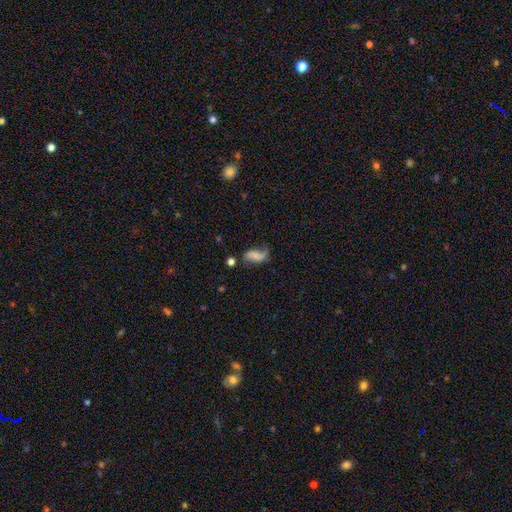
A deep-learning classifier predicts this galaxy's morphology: smooth 49%, featured or disk 40%, star or artifact 11%. Down the decision tree: merging — none (45%).